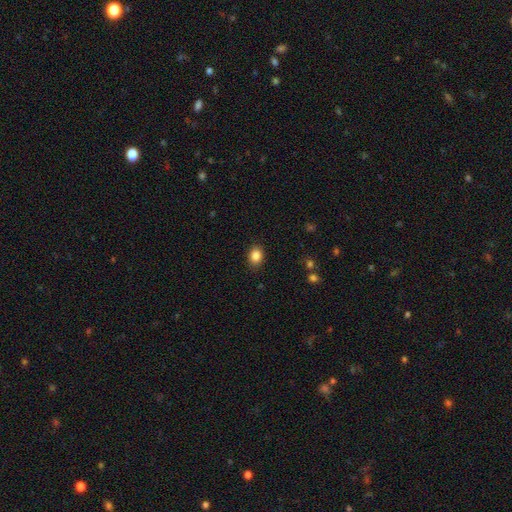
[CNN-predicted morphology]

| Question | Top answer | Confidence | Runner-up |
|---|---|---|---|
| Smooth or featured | smooth | 86% | star or artifact (9%) |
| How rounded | in between | 58% | round (41%) |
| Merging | none | 87% | minor disturbance (9%) |